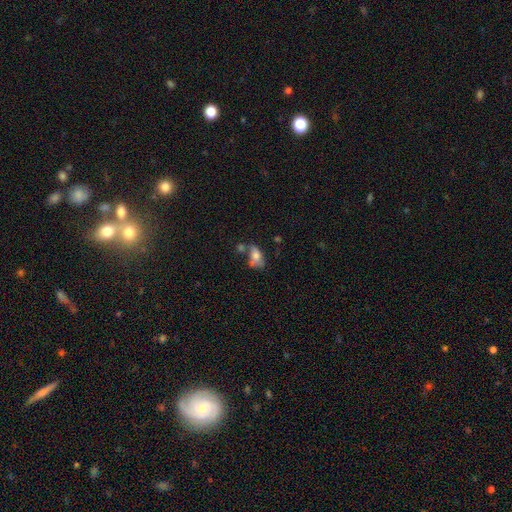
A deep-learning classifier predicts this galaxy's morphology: This is likely a smooth galaxy (63%). How rounded: clearly in between (87%). Merging: marginally none (32%).